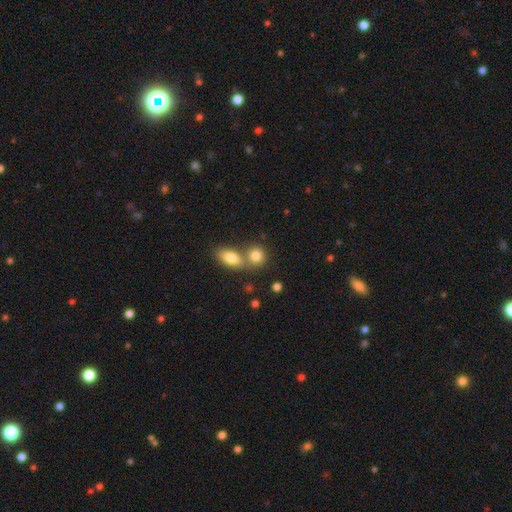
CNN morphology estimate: smooth-or-featured: smooth: 82% | featured or disk: 9% | star or artifact: 9%
  how-rounded: round: 64% | in between: 33% | cigar-shaped: 3%
  merging: merger: 45% | none: 44% | minor disturbance: 8% | major disturbance: 3%